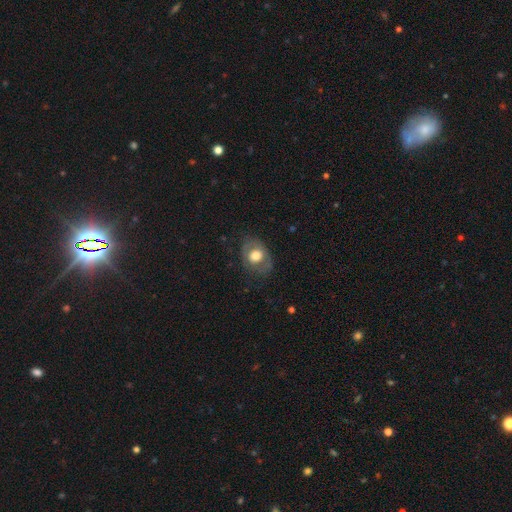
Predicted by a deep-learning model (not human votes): Smooth or featured: smooth — 56% (featured or disk — 36%)
How rounded: in between — 57% (round — 42%)
Merging: none — 69% (minor disturbance — 19%)